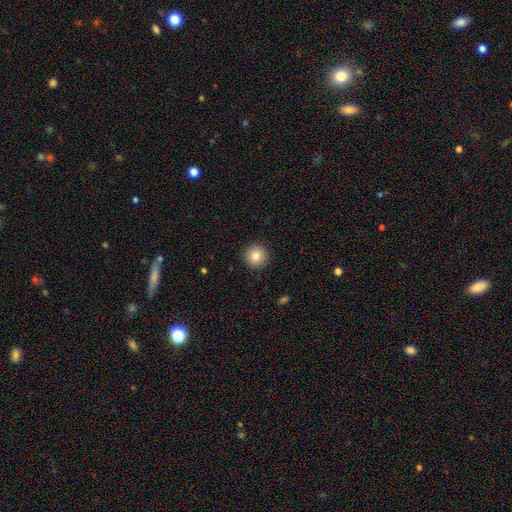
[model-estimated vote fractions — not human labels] A smooth galaxy with no disk features (83%) that is round (96%).

Vote fractions:
- Smooth or featured? smooth: 83% / star or artifact: 9% / featured or disk: 8%
- How rounded? round: 96% / in between: 3% / cigar-shaped: 1%
- Merging? none: 92% / minor disturbance: 5% / major disturbance: 2% / merger: 1%